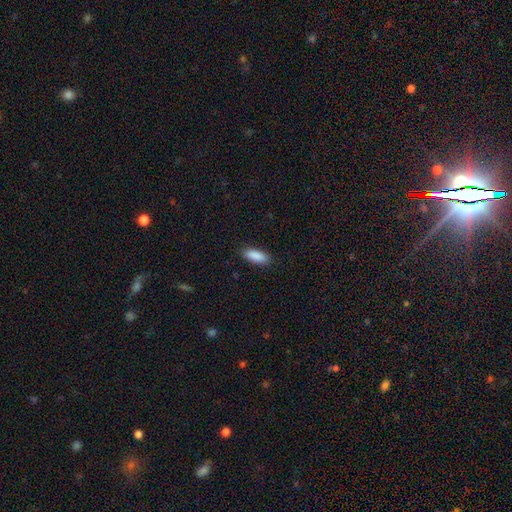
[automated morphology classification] smooth-or-featured: smooth: 90% | star or artifact: 6% | featured or disk: 4%
  how-rounded: in between: 71% | cigar-shaped: 27% | round: 2%
  merging: none: 88% | minor disturbance: 9% | major disturbance: 2% | merger: 1%